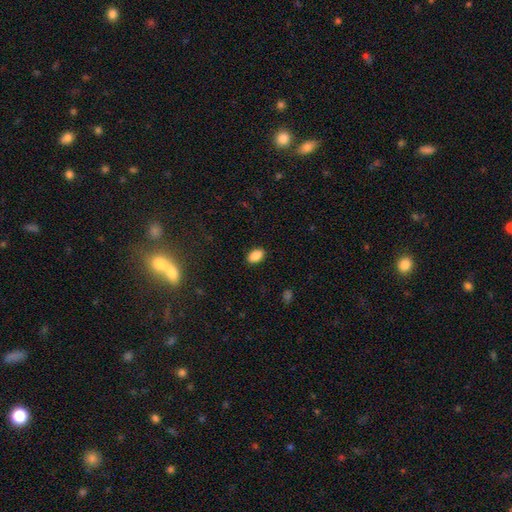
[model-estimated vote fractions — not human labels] smooth_or_featured: smooth (p=0.87) [alt: star or artifact p=0.09]
how_rounded: in between (p=0.90) [alt: round p=0.08]
merging: none (p=0.88) [alt: minor disturbance p=0.09]